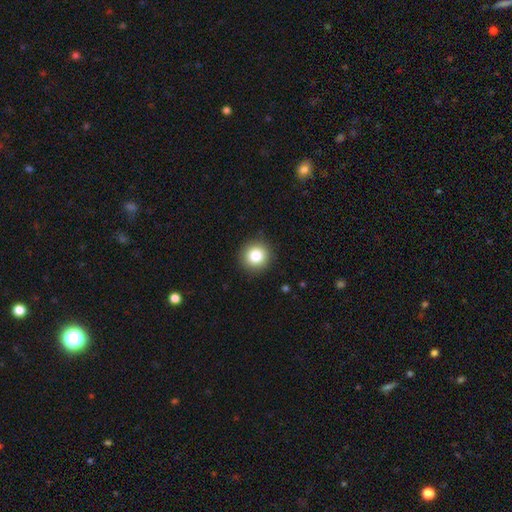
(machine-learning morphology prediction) A smooth galaxy with no disk features (83%) that is round (93%).

Vote fractions:
- Smooth or featured? smooth: 83% / star or artifact: 10% / featured or disk: 6%
- How rounded? round: 93% / in between: 6% / cigar-shaped: 1%
- Merging? none: 91% / minor disturbance: 6% / major disturbance: 2% / merger: 1%